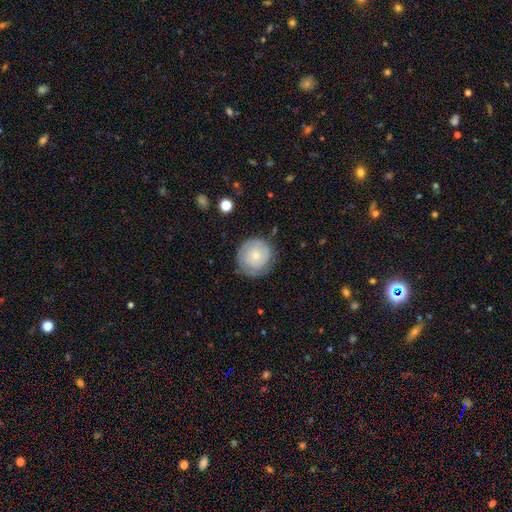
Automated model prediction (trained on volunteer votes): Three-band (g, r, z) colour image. It shows a smooth galaxy with no disk features (67%) that is round (91%). Merging: none (77%).